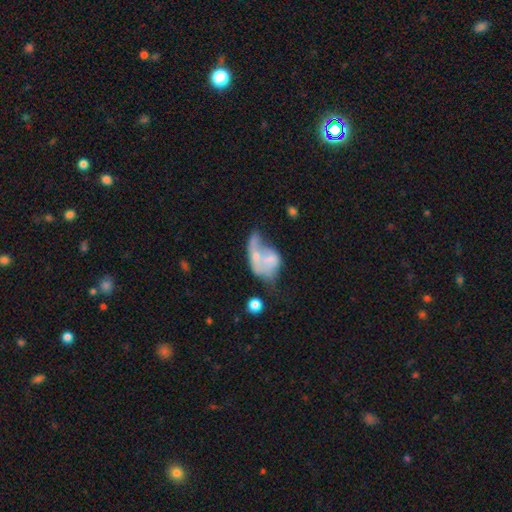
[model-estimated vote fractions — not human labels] featured or disk 49%, smooth 40%, star or artifact 11%. Down the decision tree: merging — merger (46%).